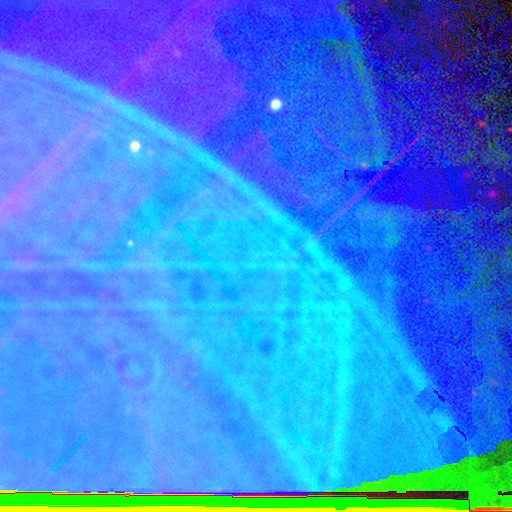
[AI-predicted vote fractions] This is clearly a star or artifact rather than a galaxy (86%).